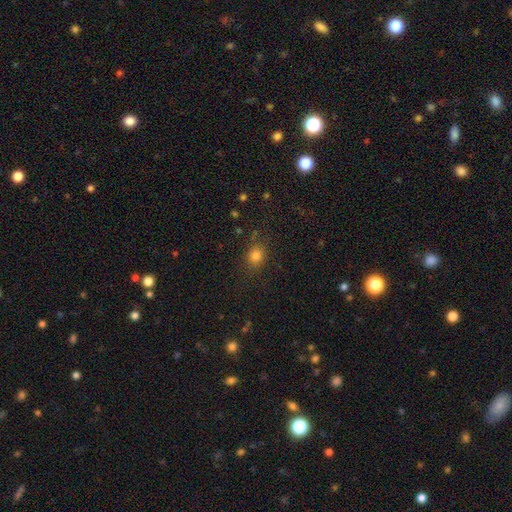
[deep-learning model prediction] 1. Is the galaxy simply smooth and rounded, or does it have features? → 78% smooth, 16% star or artifact, 6% featured or disk.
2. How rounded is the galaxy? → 68% round, 31% in between, 1% cigar-shaped.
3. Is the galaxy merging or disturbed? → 82% none, 12% minor disturbance, 4% major disturbance, 2% merger.